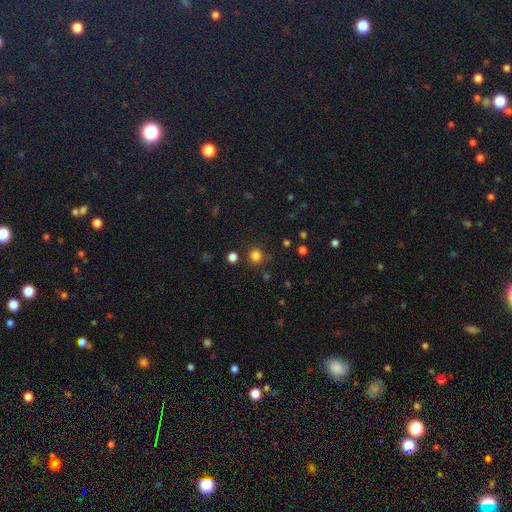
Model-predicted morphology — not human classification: Smooth or featured? smooth (79%)
How rounded? round (92%)
Merging? none (84%)